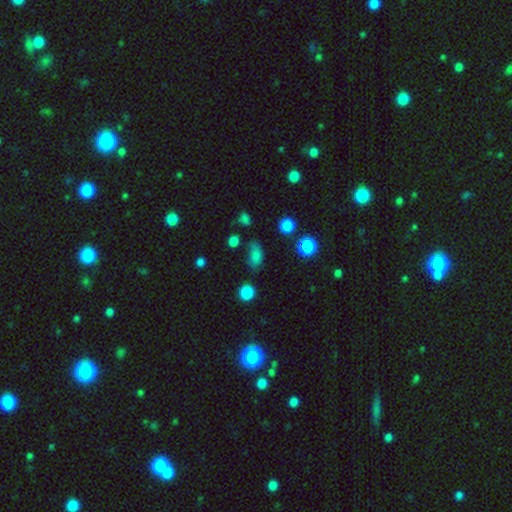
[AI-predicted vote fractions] smooth-or-featured: smooth: 77% | star or artifact: 14% | featured or disk: 9%
  how-rounded: in between: 82% | round: 12% | cigar-shaped: 6%
  merging: none: 56% | minor disturbance: 28% | major disturbance: 11% | merger: 5%